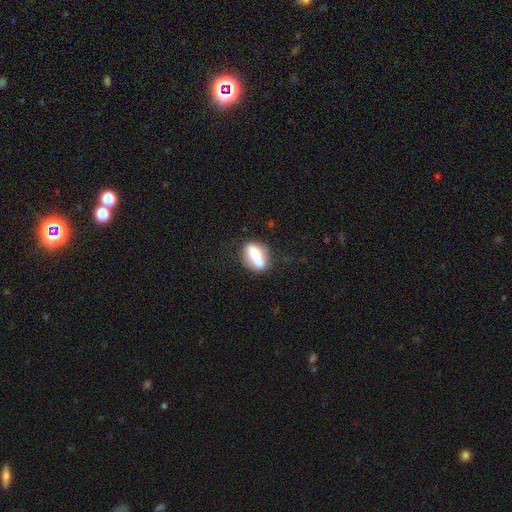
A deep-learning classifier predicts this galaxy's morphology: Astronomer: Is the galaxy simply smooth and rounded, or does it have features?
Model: smooth — 60%.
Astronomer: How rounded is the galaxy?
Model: in between — 57% (runner-up: cigar-shaped, 34%).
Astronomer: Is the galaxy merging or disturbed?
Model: none — 65%.